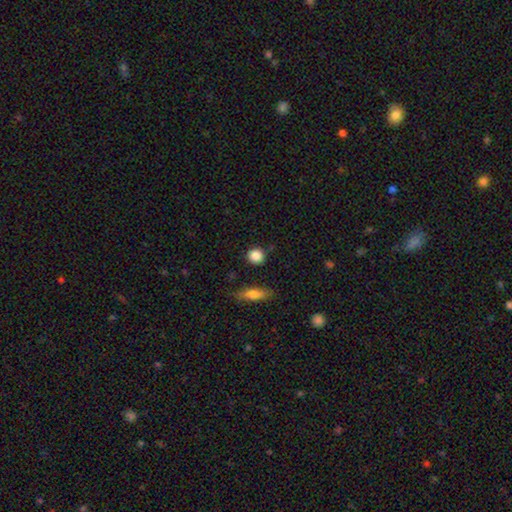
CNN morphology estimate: smooth 87%, star or artifact 8%, featured or disk 5%. Down the decision tree: how rounded — round (88%); merging — none (87%).